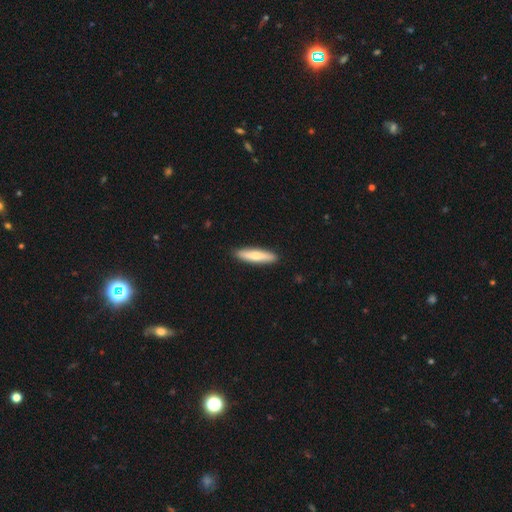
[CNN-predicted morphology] A smooth galaxy with no disk features (67%) that is cigar-shaped (83%). Merging: none (91%).